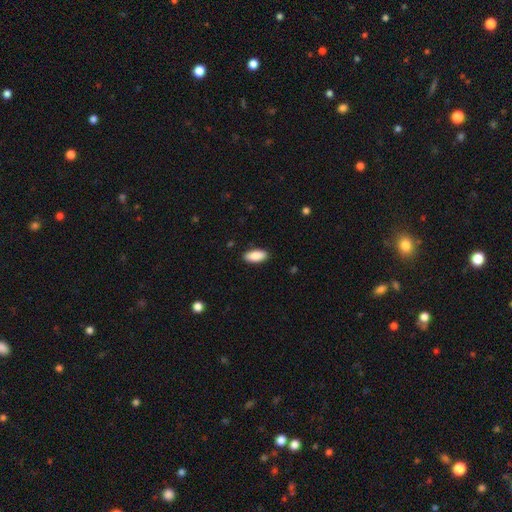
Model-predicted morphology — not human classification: type=smooth (88%); roundness=in between (88%); merging=none (89%).